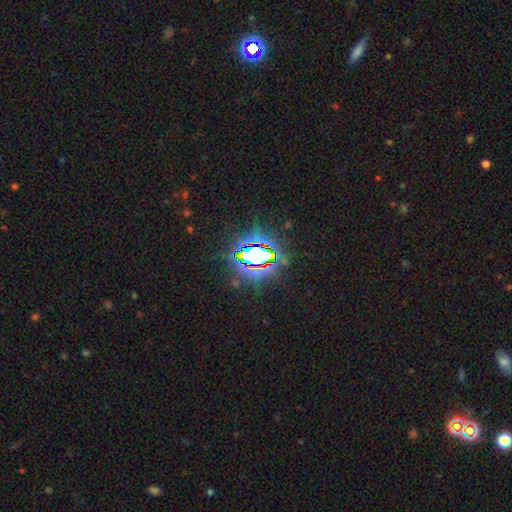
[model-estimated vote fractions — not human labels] The model was most divided on "smooth or featured": star or artifact: 77%, smooth: 12%, featured or disk: 10%.